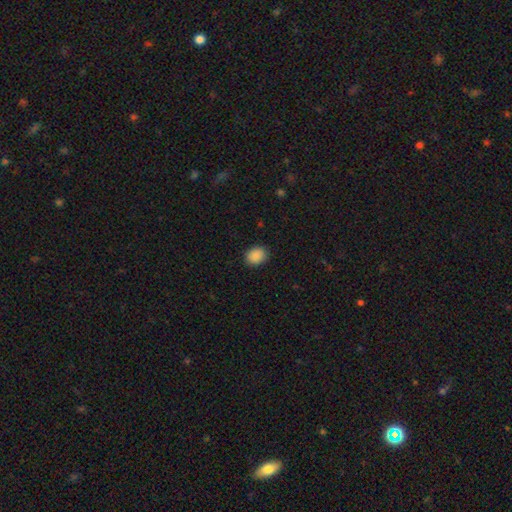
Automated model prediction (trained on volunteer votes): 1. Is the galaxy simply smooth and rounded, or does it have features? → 89% smooth, 8% star or artifact, 3% featured or disk.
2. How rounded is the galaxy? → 50% round, 49% in between, 1% cigar-shaped.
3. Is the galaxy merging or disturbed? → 88% none, 8% minor disturbance, 2% major disturbance, 1% merger.